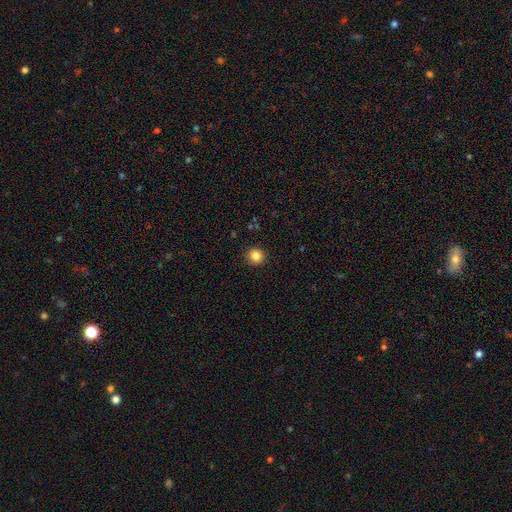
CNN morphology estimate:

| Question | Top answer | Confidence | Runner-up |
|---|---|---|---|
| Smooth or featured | smooth | 84% | star or artifact (11%) |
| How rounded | round | 92% | in between (7%) |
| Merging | none | 92% | minor disturbance (5%) |